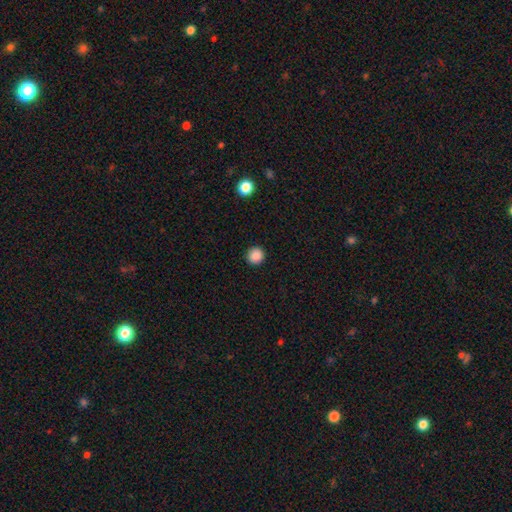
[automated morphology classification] The model was most divided on "smooth or featured": smooth: 88%, star or artifact: 10%, featured or disk: 2%. More confident: how rounded — round (95%); merging — none (93%).